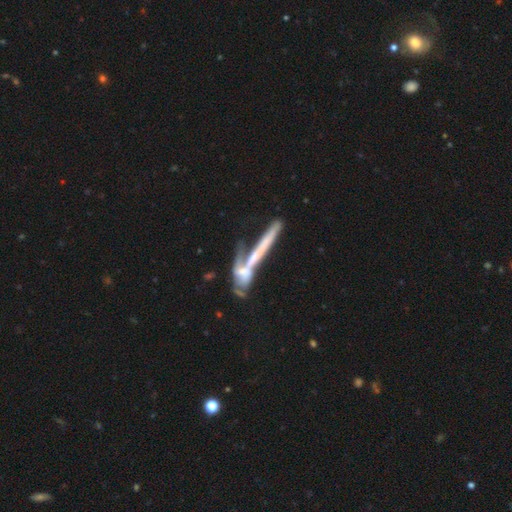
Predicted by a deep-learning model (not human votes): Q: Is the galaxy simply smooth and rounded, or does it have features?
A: featured or disk — 63%.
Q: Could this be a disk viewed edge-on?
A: yes — 69%.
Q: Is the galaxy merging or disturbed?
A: merger — 54%.